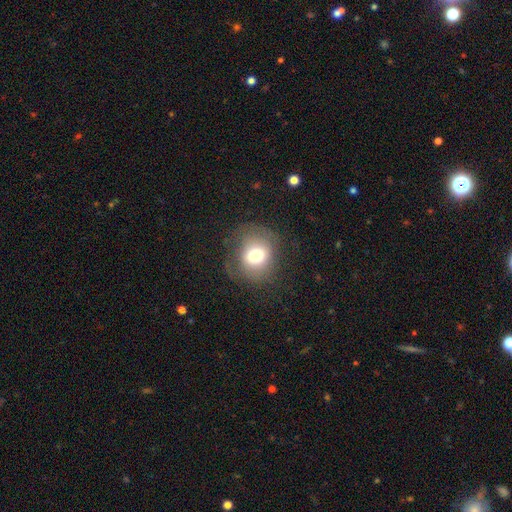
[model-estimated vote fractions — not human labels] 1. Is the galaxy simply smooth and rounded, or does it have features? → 70% smooth, 18% featured or disk, 12% star or artifact.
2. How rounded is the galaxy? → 76% round, 23% in between, 1% cigar-shaped.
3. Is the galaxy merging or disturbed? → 70% none, 17% minor disturbance, 11% major disturbance, 1% merger.